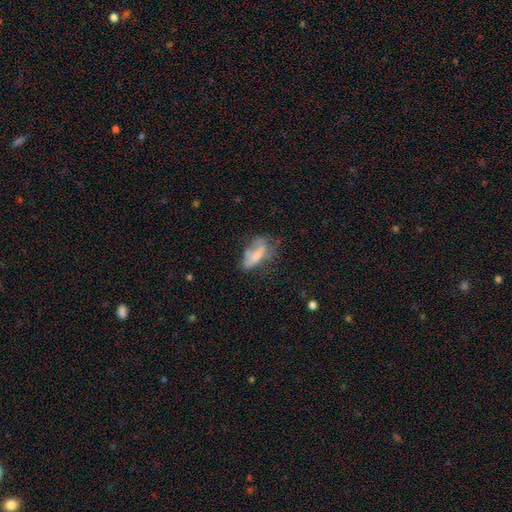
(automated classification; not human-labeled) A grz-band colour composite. It shows a smooth galaxy with no disk features (56%) that is in between round and cigar-shaped (68%). Merging: none (35%).